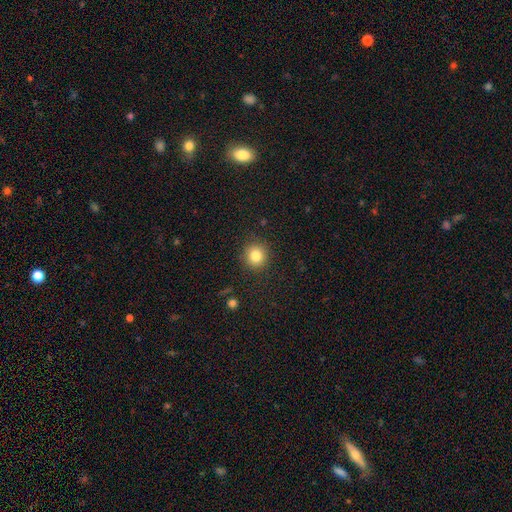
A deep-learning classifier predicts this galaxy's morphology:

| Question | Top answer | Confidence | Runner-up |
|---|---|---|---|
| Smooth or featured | smooth | 82% | star or artifact (11%) |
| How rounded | round | 92% | in between (7%) |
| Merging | none | 89% | minor disturbance (7%) |